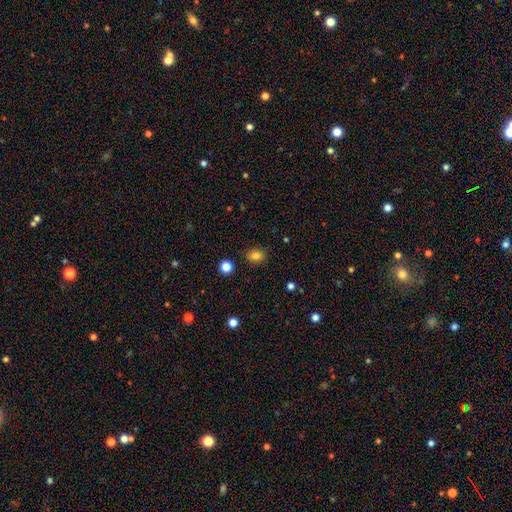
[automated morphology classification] Smooth or featured? Predicted: smooth (p=0.83). How rounded? Predicted: in between (p=0.66). Merging? Predicted: none (p=0.86).